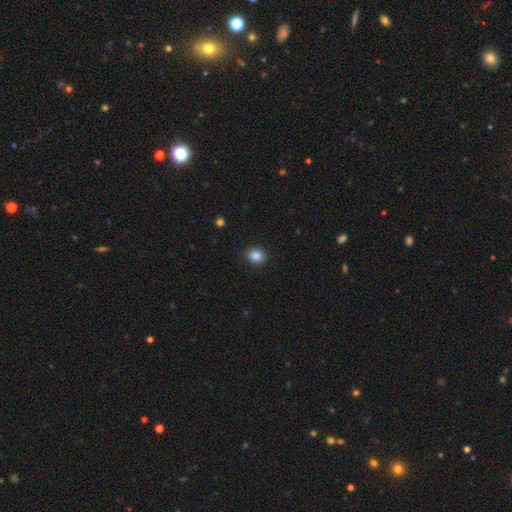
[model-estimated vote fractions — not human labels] The model was most divided on "how rounded": round: 68%, in between: 31%, cigar-shaped: 1%. More confident: merging — none (90%); smooth or featured — smooth (86%).